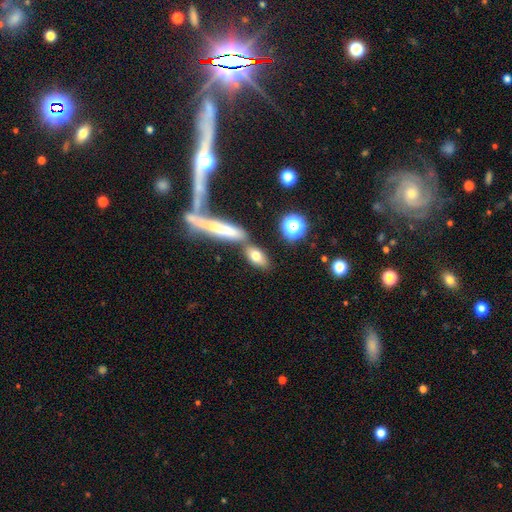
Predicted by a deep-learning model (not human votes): Overall: smooth (72%). How rounded: in between (75%). Merging: none (64%).